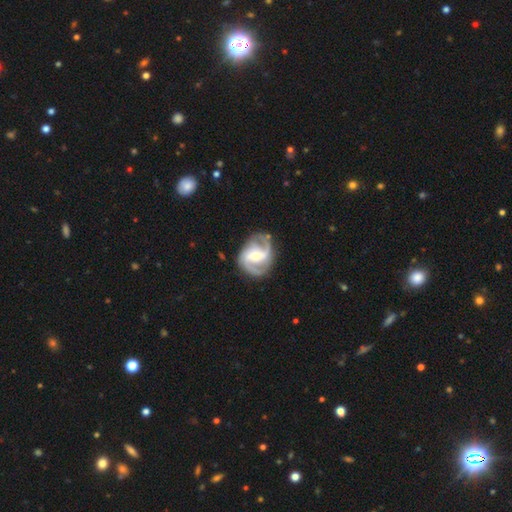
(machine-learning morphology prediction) Smooth or featured?
  - featured or disk: 89% *
  - smooth: 7%
  - star or artifact: 5%
Edge-on disk?
  - no: 98% *
  - yes: 2%
Bar?
  - weak: 43% *
  - strong: 33%
  - no: 24%
Spiral arms?
  - yes: 97% *
  - no: 3%
Spiral winding?
  - medium: 51% *
  - tight: 28%
  - loose: 21%
Spiral arm count?
  - 2: 64% *
  - 3: 20%
  - can't tell: 7%
  - 1: 3%
  - 4: 3%
  - more than 4: 2%
Bulge size?
  - moderate: 52% *
  - small: 44%
  - large: 2%
  - none: 1%
  - dominant: 1%
Merging?
  - none: 76% *
  - minor disturbance: 16%
  - major disturbance: 7%
  - merger: 2%